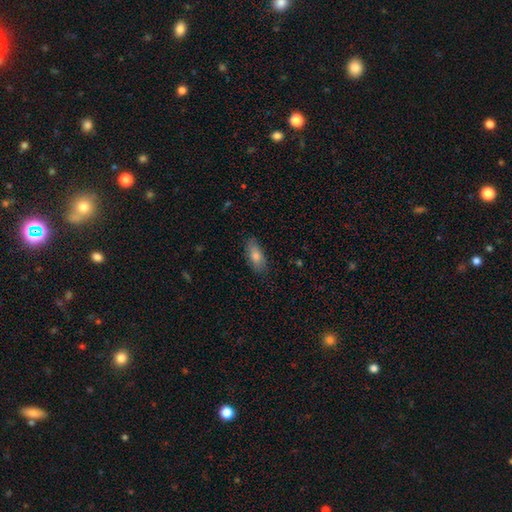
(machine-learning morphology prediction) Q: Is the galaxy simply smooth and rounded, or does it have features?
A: smooth — 71%.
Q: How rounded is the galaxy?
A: in between — 79%.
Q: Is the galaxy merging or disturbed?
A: none — 82%.